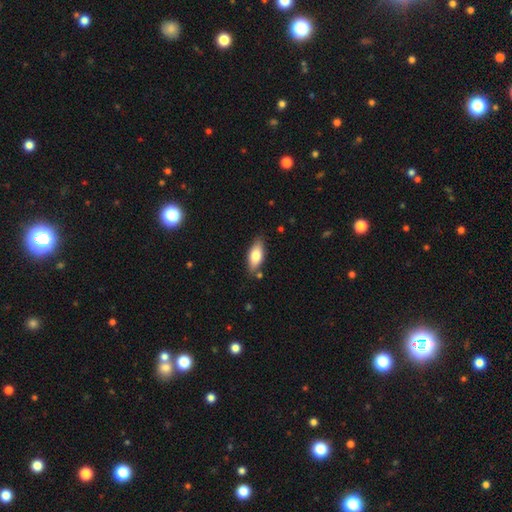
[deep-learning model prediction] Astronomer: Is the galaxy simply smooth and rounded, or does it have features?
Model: smooth — 74%.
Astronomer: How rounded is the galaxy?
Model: in between — 82%.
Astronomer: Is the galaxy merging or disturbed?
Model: none — 81%.